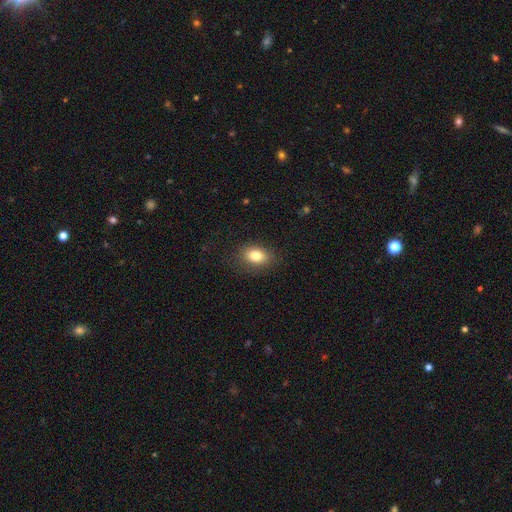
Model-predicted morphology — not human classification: A smooth galaxy with no disk features (82%) that is in between round and cigar-shaped (78%).

Vote fractions:
- Smooth or featured? smooth: 82% / star or artifact: 9% / featured or disk: 9%
- How rounded? in between: 78% / round: 20% / cigar-shaped: 2%
- Merging? none: 82% / minor disturbance: 13% / major disturbance: 4% / merger: 1%